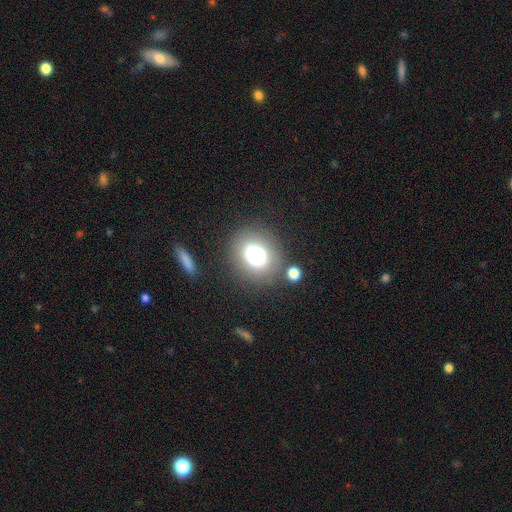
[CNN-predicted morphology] smooth_or_featured: smooth (p=0.76) [alt: star or artifact p=0.12]
how_rounded: round (p=0.71) [alt: in between p=0.28]
merging: none (p=0.78) [alt: minor disturbance p=0.11]